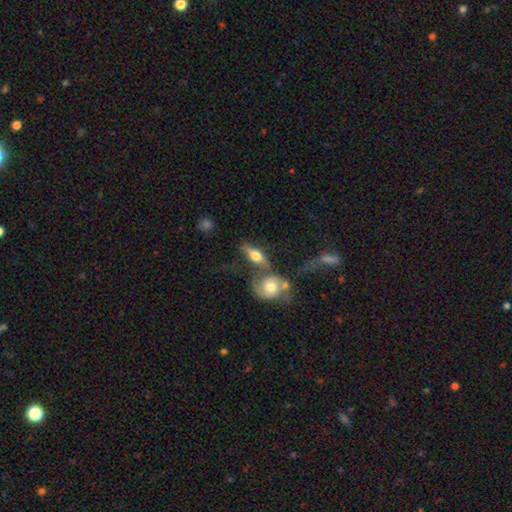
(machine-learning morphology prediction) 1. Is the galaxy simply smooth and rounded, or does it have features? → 48% featured or disk, 44% smooth, 8% star or artifact.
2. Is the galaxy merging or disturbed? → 38% none, 37% merger, 14% minor disturbance, 10% major disturbance.